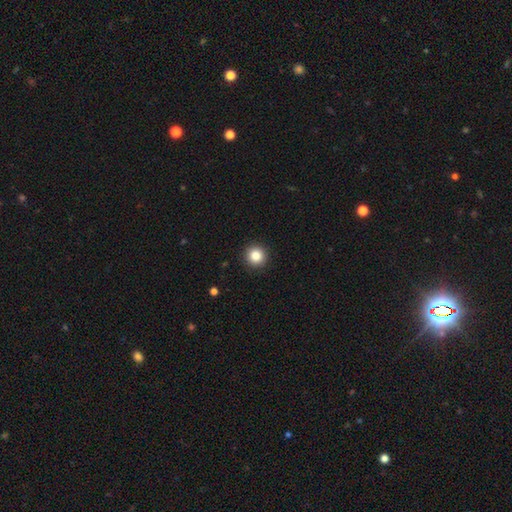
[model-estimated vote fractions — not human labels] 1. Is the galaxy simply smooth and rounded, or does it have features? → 86% smooth, 10% star or artifact, 4% featured or disk.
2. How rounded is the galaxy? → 95% round, 4% in between, 1% cigar-shaped.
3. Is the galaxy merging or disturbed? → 92% none, 5% minor disturbance, 2% major disturbance, 1% merger.